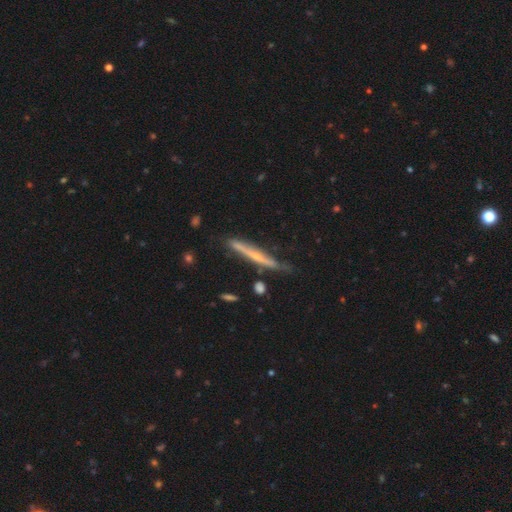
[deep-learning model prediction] This appears to be a featured or disk galaxy (67%) viewed edge-on (95%) with a rounded central bulge (61%). Merging: none (73%).